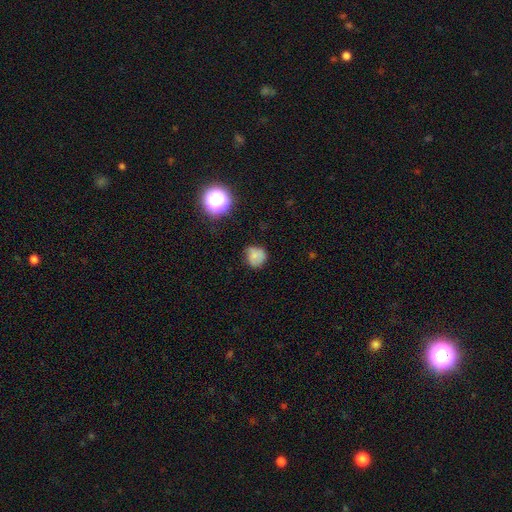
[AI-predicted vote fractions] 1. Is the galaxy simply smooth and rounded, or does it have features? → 75% smooth, 13% star or artifact, 12% featured or disk.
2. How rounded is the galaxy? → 79% round, 20% in between, 1% cigar-shaped.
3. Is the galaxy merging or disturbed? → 59% none, 30% minor disturbance, 8% major disturbance, 3% merger.